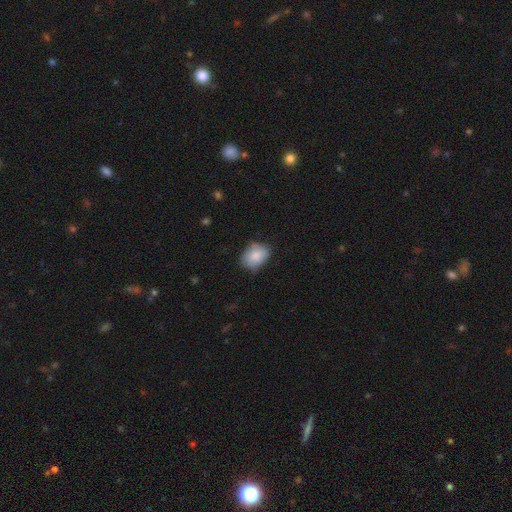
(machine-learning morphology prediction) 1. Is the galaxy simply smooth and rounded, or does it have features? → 84% smooth, 9% featured or disk, 7% star or artifact.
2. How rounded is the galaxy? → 70% in between, 29% round, 1% cigar-shaped.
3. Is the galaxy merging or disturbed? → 69% none, 25% minor disturbance, 5% major disturbance, 1% merger.